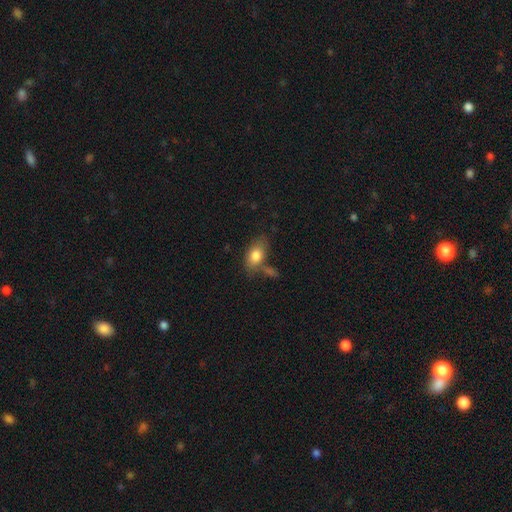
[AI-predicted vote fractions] Q: Smooth or featured?
A: smooth (81%); runner-up: featured or disk (12%)
Q: How rounded?
A: in between (88%); runner-up: round (9%)
Q: Merging?
A: none (56%); runner-up: minor disturbance (20%)